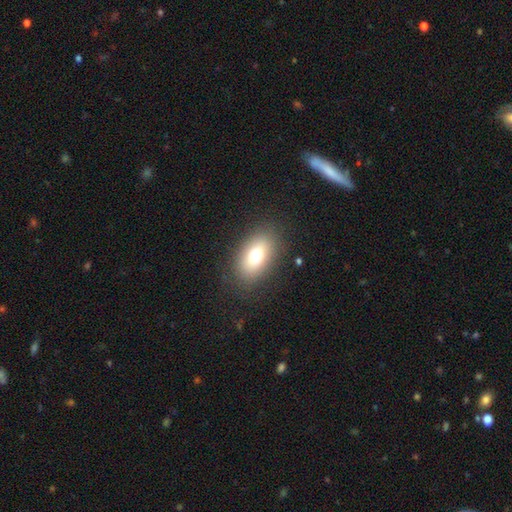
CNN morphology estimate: Overall: smooth (73%). How rounded: in between (85%). Merging: none (84%).